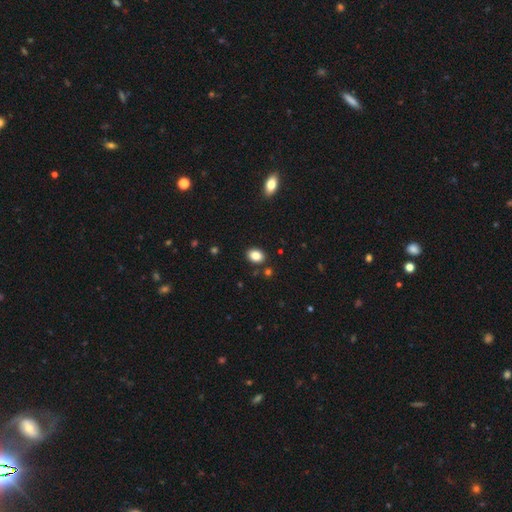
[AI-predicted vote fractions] This is clearly a smooth galaxy (85%). How rounded: likely in between (71%). Merging: clearly none (87%).